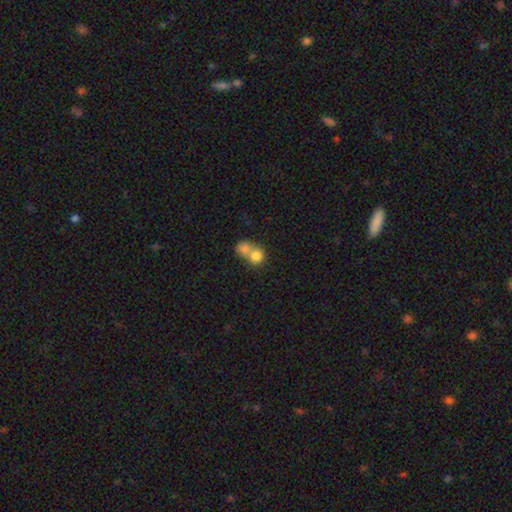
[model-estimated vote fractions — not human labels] This appears to be a smooth galaxy with no disk features (79%) that is round (77%). Merging: merger (63%).